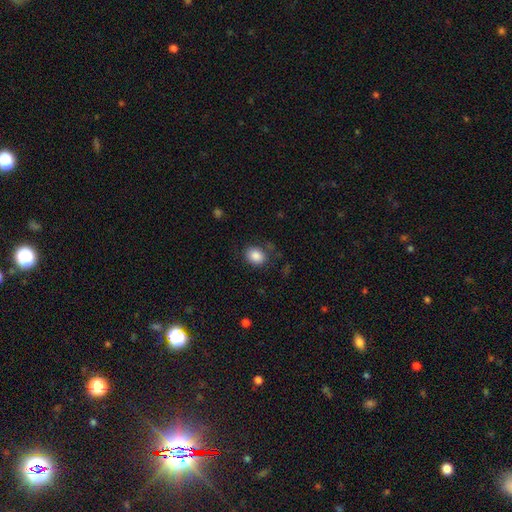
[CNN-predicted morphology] smooth_or_featured: smooth (p=0.86) [alt: star or artifact p=0.09]
how_rounded: in between (p=0.60) [alt: round p=0.39]
merging: none (p=0.77) [alt: minor disturbance p=0.15]